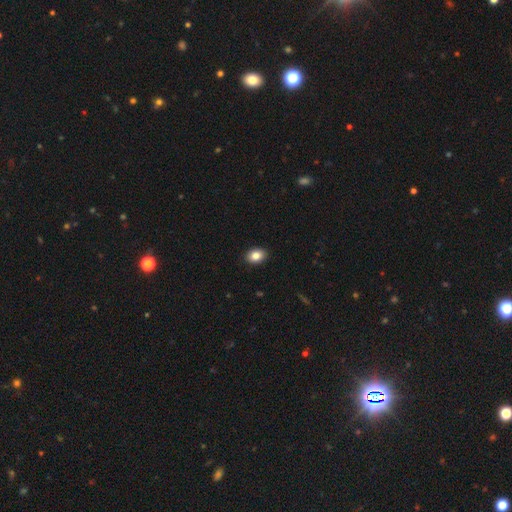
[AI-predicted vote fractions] smooth 85%, star or artifact 8%, featured or disk 6%. Down the decision tree: how rounded — in between (76%); merging — none (91%).